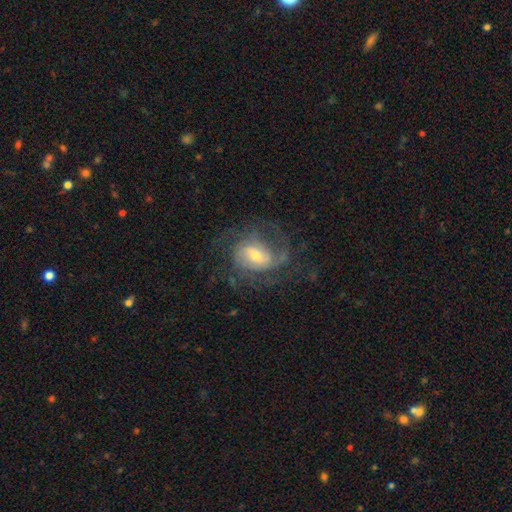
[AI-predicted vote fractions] Q: Smooth or featured?
A: featured or disk (78%); runner-up: smooth (15%)
Q: Edge-on disk?
A: no (97%); runner-up: yes (3%)
Q: Bar?
A: weak (49%); runner-up: no (36%)
Q: Spiral arms?
A: yes (90%); runner-up: no (10%)
Q: Spiral winding?
A: medium (45%); runner-up: tight (34%)
Q: Spiral arm count?
A: can't tell (31%); runner-up: 2 (29%)
Q: Bulge size?
A: moderate (49%); runner-up: small (41%)
Q: Merging?
A: none (59%); runner-up: major disturbance (22%)